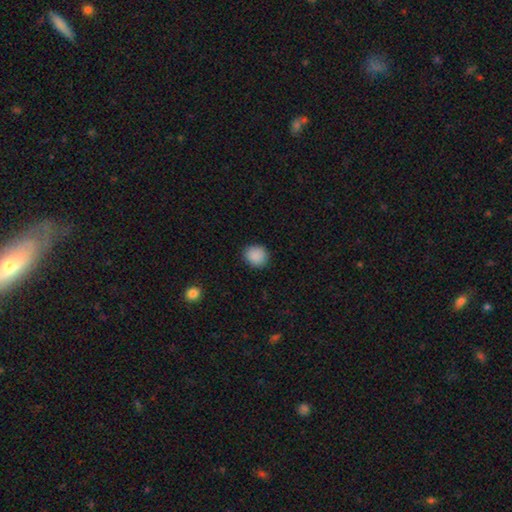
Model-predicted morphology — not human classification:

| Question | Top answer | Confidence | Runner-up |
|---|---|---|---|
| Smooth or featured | smooth | 89% | star or artifact (9%) |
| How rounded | round | 87% | in between (12%) |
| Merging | none | 90% | minor disturbance (7%) |